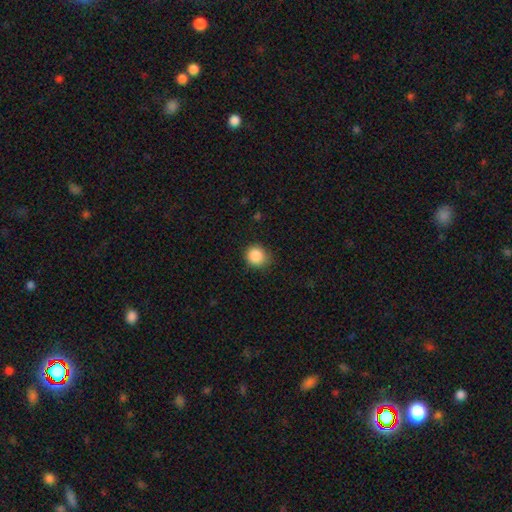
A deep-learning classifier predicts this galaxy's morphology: A smooth galaxy with no disk features (88%) that is round (89%). Merging: none (80%).